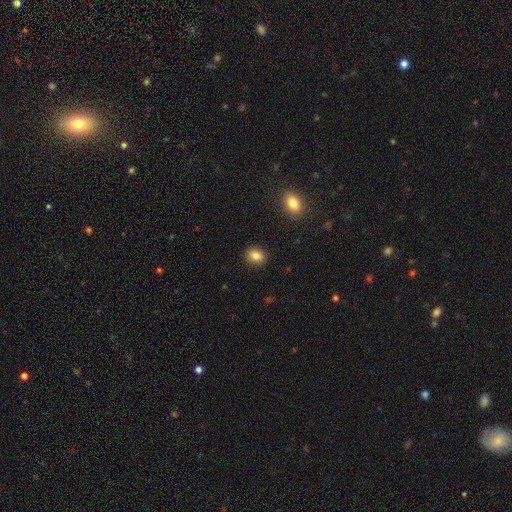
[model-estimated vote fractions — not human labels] smooth_or_featured: smooth (p=0.84) [alt: star or artifact p=0.10]
how_rounded: round (p=0.50) [alt: in between p=0.49]
merging: none (p=0.90) [alt: minor disturbance p=0.07]